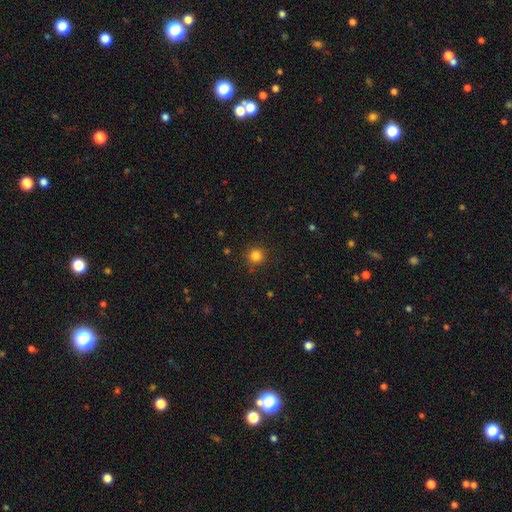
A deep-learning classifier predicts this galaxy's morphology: Smooth or featured? smooth (83%)
How rounded? round (94%)
Merging? none (90%)